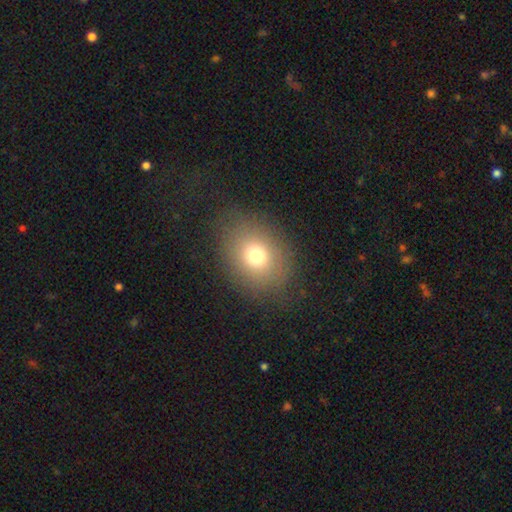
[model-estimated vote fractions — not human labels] smooth 72%, star or artifact 15%, featured or disk 13%. Down the decision tree: how rounded — round (51%); merging — none (82%).